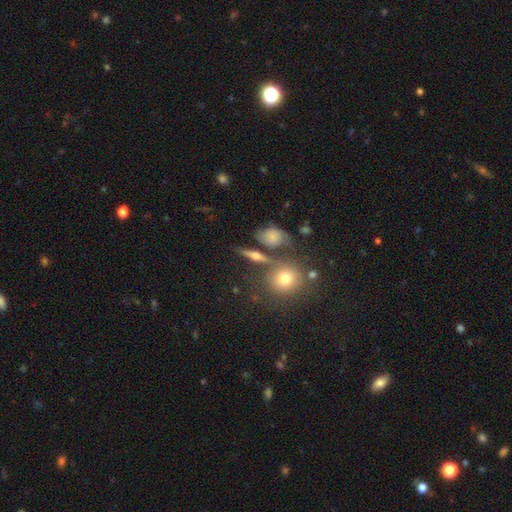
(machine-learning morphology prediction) Smooth or featured? smooth (47%)
Merging? none (66%)